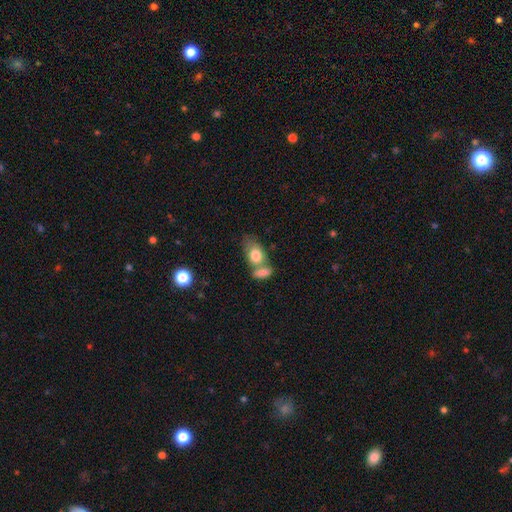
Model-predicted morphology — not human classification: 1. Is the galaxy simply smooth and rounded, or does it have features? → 81% smooth, 13% featured or disk, 7% star or artifact.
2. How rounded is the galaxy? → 81% in between, 17% round, 3% cigar-shaped.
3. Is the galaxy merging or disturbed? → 51% merger, 30% none, 13% minor disturbance, 7% major disturbance.